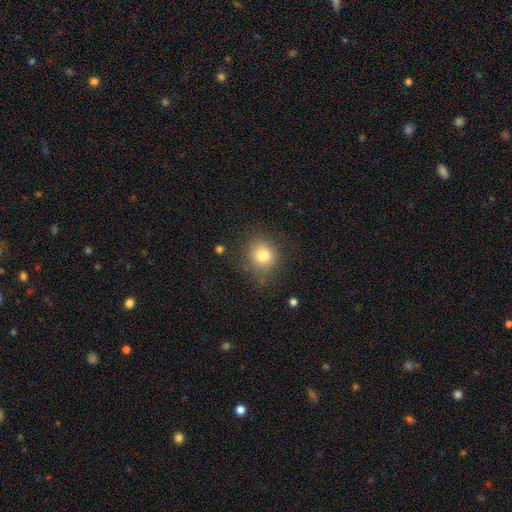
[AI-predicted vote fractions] smooth-or-featured: smooth: 76% | star or artifact: 16% | featured or disk: 8%
  how-rounded: round: 84% | in between: 15% | cigar-shaped: 1%
  merging: none: 82% | minor disturbance: 13% | major disturbance: 4% | merger: 2%